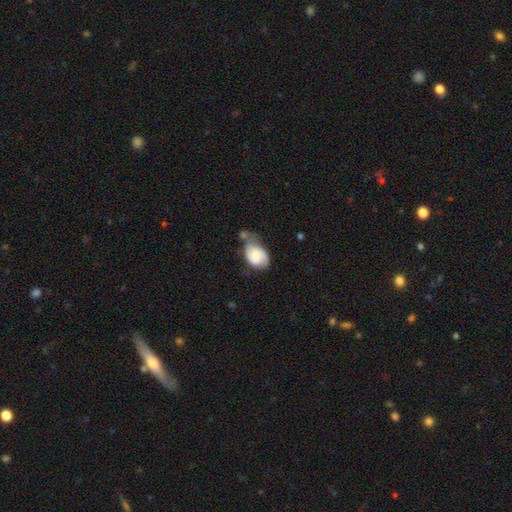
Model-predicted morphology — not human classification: This is possibly a featured or disk galaxy (51%). It is clearly not viewed edge-on (97%). Merging: marginally none (33%).